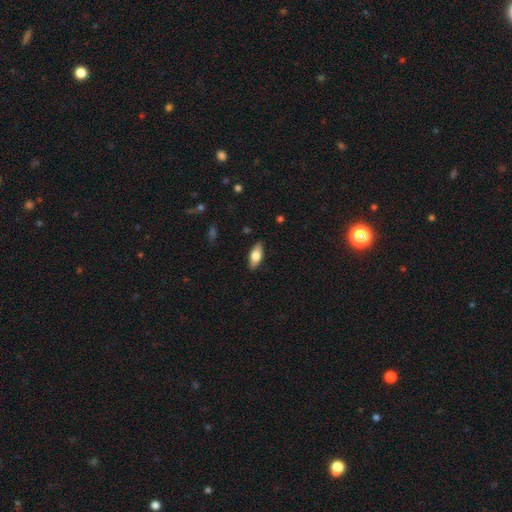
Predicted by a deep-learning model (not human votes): Smooth or featured? Predicted: smooth (p=0.67). How rounded? Predicted: in between (p=0.80). Merging? Predicted: none (p=0.87).